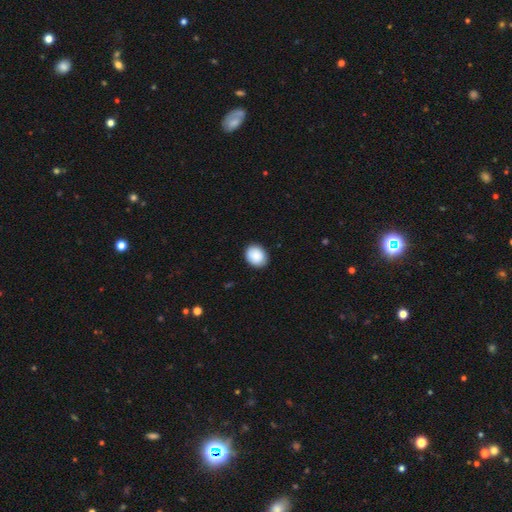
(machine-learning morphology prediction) Q: Smooth or featured?
A: smooth (89%); runner-up: star or artifact (7%)
Q: How rounded?
A: round (50%); runner-up: in between (49%)
Q: Merging?
A: none (89%); runner-up: minor disturbance (9%)